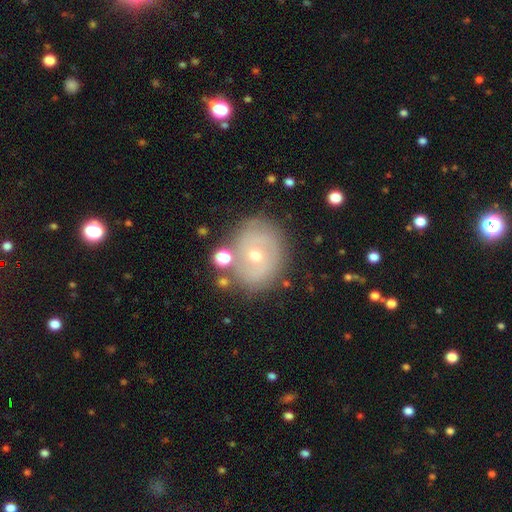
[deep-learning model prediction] This is likely a featured or disk galaxy (63%). It is clearly not viewed edge-on (96%). Bar: likely no (66%). Spiral arm pattern: likely yes (72%). Central bulge: possibly small (57%). Merging: likely none (75%).